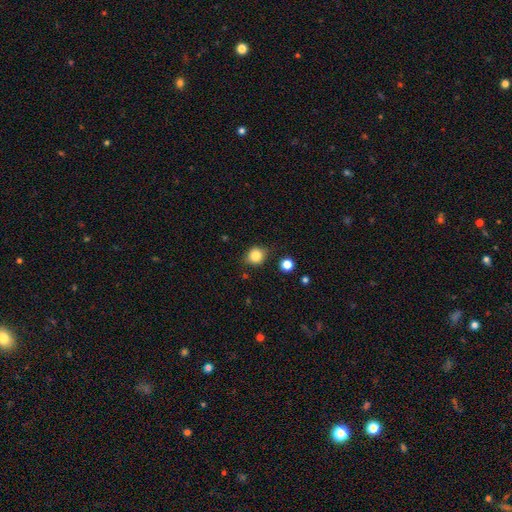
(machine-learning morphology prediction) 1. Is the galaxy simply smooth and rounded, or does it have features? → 83% smooth, 10% star or artifact, 6% featured or disk.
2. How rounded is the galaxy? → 80% round, 19% in between, 1% cigar-shaped.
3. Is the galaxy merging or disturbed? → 78% none, 15% minor disturbance, 4% major disturbance, 3% merger.